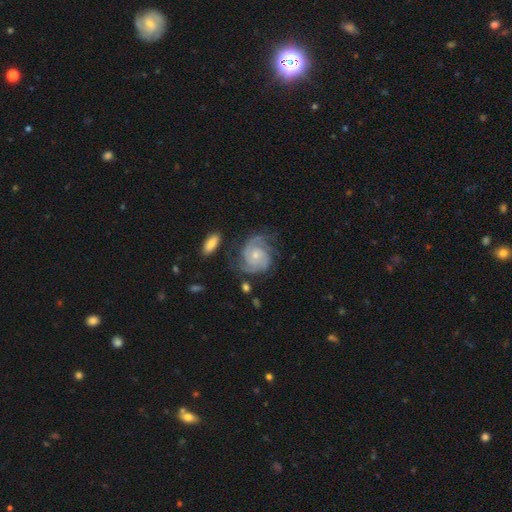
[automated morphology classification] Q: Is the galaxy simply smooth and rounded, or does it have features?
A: featured or disk — 87%.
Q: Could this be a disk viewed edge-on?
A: no — 98%.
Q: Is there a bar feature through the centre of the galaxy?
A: no — 72%.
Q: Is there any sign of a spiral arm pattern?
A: yes — 97%.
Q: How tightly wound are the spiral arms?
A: tight — 56%.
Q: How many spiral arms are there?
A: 2 — 40%.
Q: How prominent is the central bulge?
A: small — 60%.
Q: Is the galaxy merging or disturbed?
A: none — 65%.